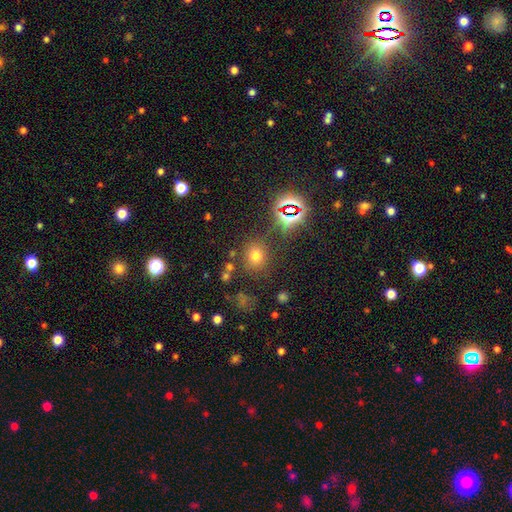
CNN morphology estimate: Overall: smooth (66%; star or artifact 26%). How rounded: round (78%). Merging: none (78%).